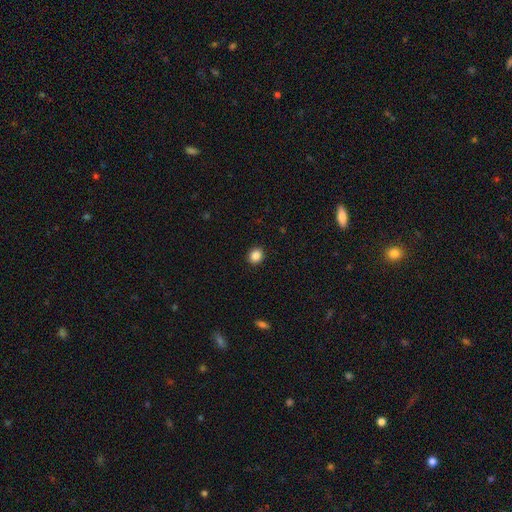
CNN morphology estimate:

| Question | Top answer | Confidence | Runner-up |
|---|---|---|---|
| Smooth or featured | smooth | 87% | star or artifact (10%) |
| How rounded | round | 74% | in between (25%) |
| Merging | none | 91% | minor disturbance (6%) |